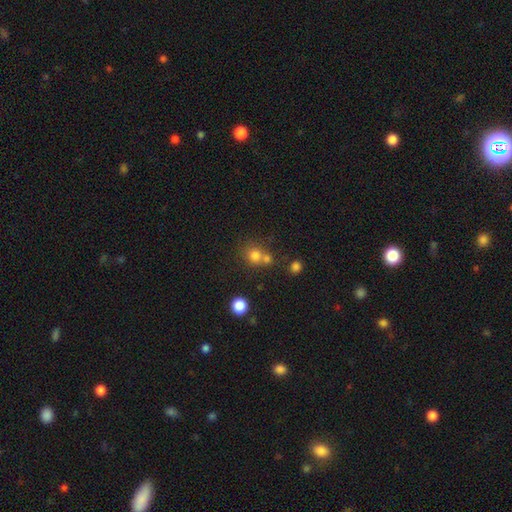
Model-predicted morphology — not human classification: A smooth galaxy with no disk features (74%) that is round (84%).

Vote fractions:
- Smooth or featured? smooth: 74% / star or artifact: 16% / featured or disk: 10%
- How rounded? round: 84% / in between: 15% / cigar-shaped: 1%
- Merging? none: 50% / merger: 38% / minor disturbance: 8% / major disturbance: 4%